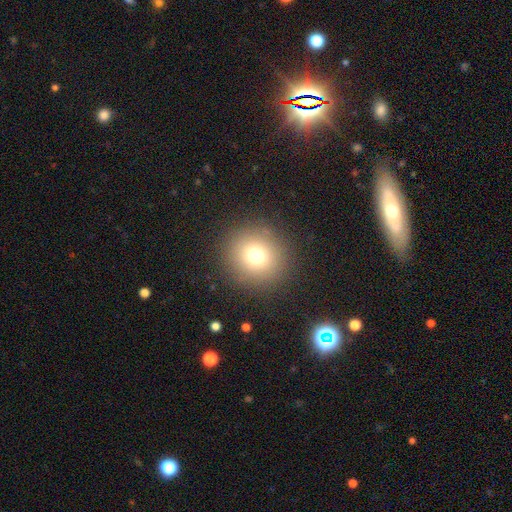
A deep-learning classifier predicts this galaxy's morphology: A smooth galaxy with no disk features (73%) that is round (92%). Merging: none (89%).